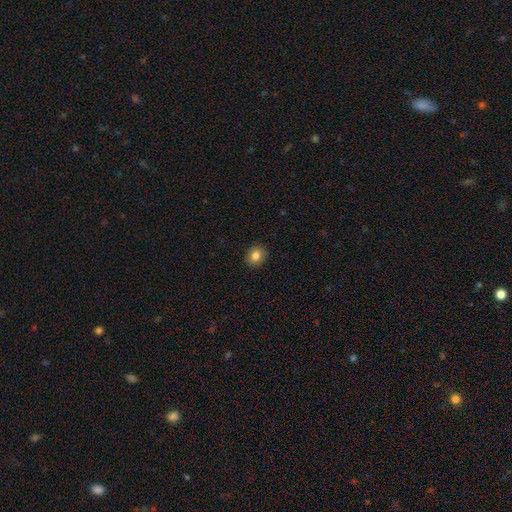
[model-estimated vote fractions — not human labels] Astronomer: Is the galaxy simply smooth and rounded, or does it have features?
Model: smooth — 83%.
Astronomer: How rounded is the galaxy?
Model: round — 59% (runner-up: in between, 40%).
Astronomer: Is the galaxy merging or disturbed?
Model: none — 90%.